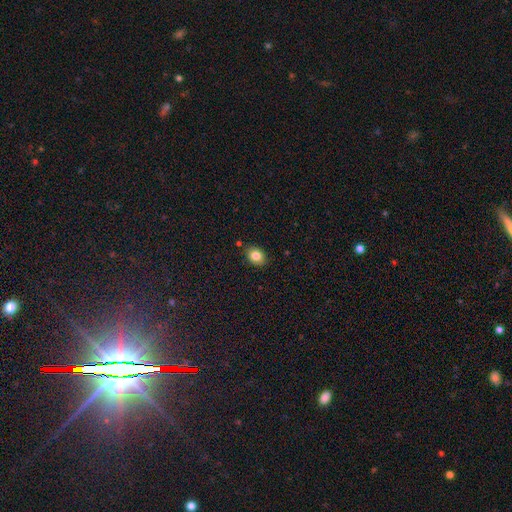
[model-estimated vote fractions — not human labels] smooth_or_featured: smooth (p=0.83) [alt: star or artifact p=0.09]
how_rounded: in between (p=0.65) [alt: round p=0.34]
merging: none (p=0.83) [alt: minor disturbance p=0.12]